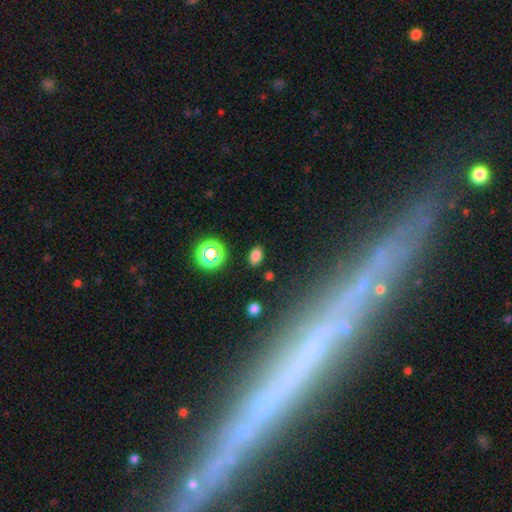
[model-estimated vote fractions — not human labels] smooth 78%, star or artifact 16%, featured or disk 6%. Down the decision tree: how rounded — in between (88%); merging — none (87%).